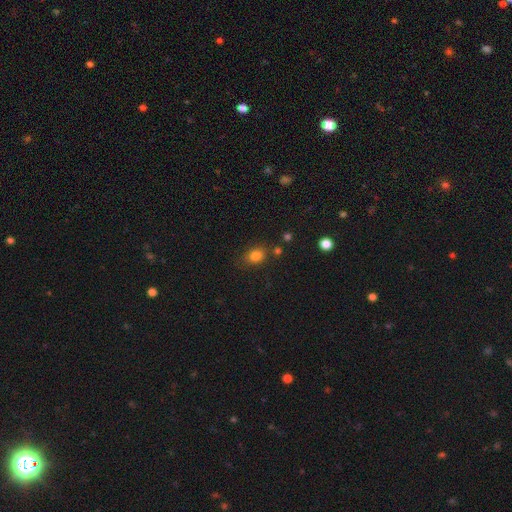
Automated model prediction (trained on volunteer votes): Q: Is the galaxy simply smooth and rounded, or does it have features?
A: smooth — 81%.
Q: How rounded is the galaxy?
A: in between — 57%.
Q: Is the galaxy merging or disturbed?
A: none — 74%.